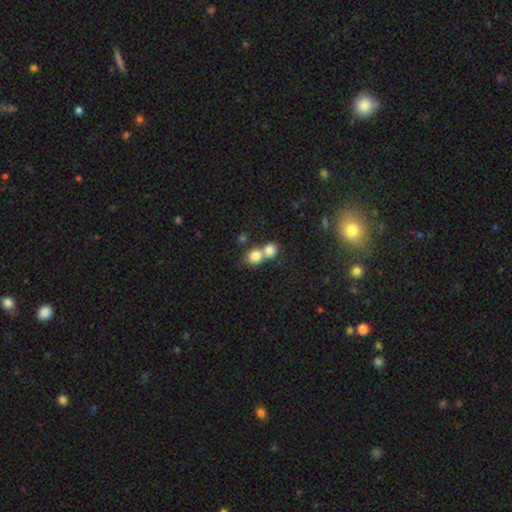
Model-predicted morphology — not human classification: Smooth or featured? Predicted: smooth (p=0.81). How rounded? Predicted: round (p=0.72). Merging? Predicted: merger (p=0.62).